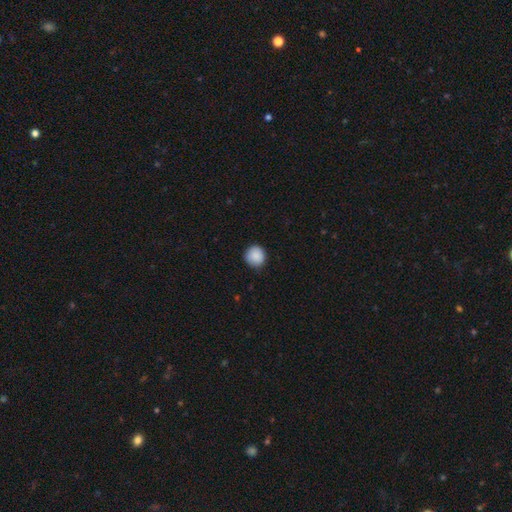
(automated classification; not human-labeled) A smooth galaxy with no disk features (89%) that is round (92%).

Vote fractions:
- Smooth or featured? smooth: 89% / star or artifact: 8% / featured or disk: 4%
- How rounded? round: 92% / in between: 7% / cigar-shaped: 1%
- Merging? none: 86% / minor disturbance: 11% / major disturbance: 2% / merger: 1%